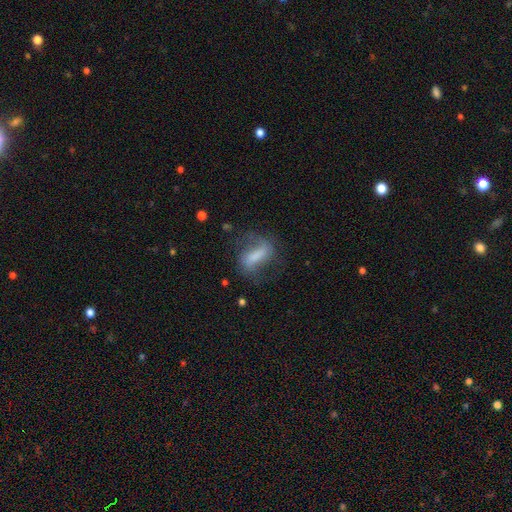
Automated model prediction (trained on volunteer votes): This is possibly a featured or disk galaxy (51%). It is clearly not viewed edge-on (89%). Merging: possibly none (57%).